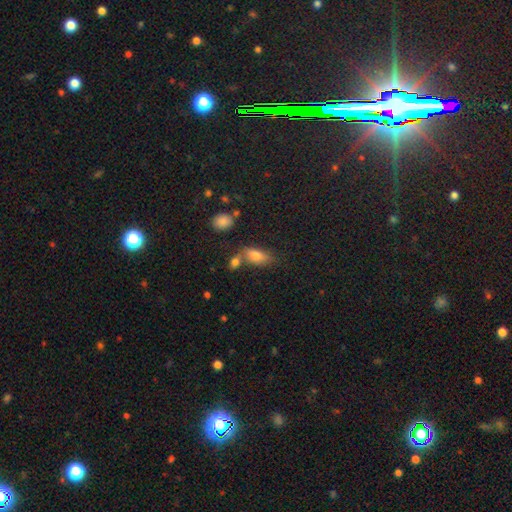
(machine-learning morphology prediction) Q: Smooth or featured?
A: smooth (77%); runner-up: featured or disk (13%)
Q: How rounded?
A: in between (84%); runner-up: cigar-shaped (11%)
Q: Merging?
A: none (53%); runner-up: merger (25%)